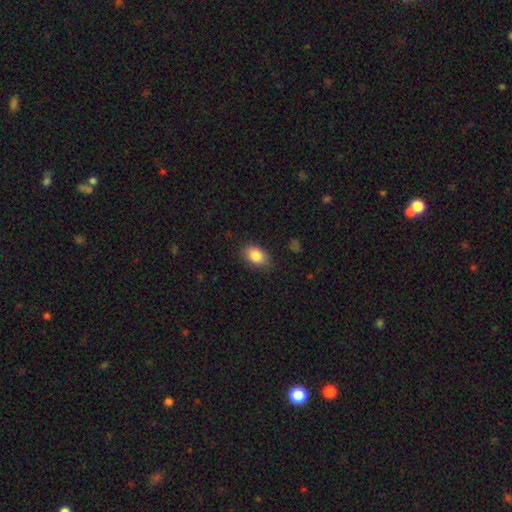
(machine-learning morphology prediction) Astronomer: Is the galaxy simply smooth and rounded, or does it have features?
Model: smooth — 85%.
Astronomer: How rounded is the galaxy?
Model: in between — 85%.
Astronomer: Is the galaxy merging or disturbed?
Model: none — 82%.